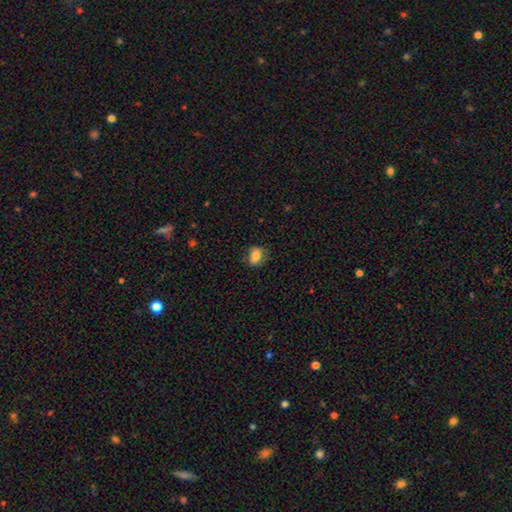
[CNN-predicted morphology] This appears to be a smooth galaxy with no disk features (77%) that is in between round and cigar-shaped (64%). Merging: none (71%).